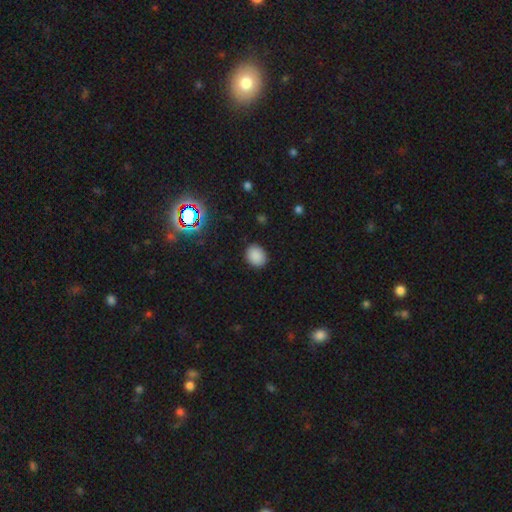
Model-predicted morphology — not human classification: Smooth or featured? smooth (85%)
How rounded? round (55%)
Merging? none (88%)